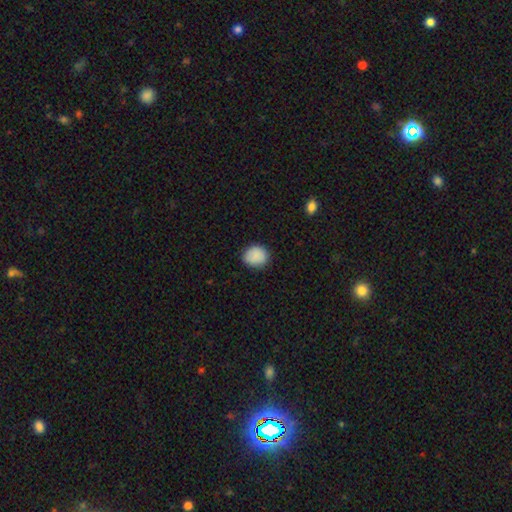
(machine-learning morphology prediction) type=smooth (88%); roundness=round (67%); merging=none (84%).